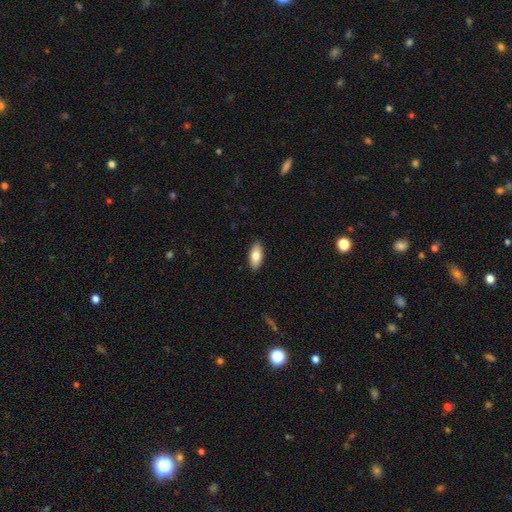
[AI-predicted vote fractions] Morphology: type=smooth (82%); roundness=in between (87%); merging=none (90%).